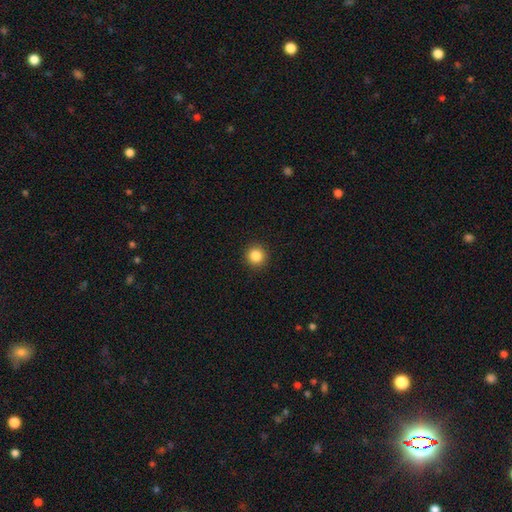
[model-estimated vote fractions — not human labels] Morphology: type=smooth (86%); roundness=round (95%); merging=none (93%).